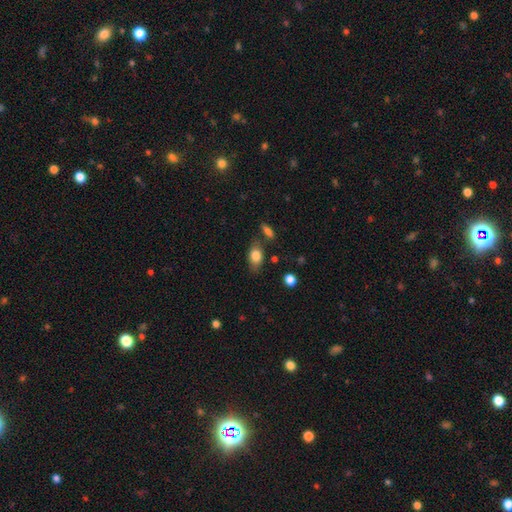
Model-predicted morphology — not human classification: Smooth or featured: smooth — 79% (featured or disk — 13%)
How rounded: in between — 83% (round — 12%)
Merging: none — 71% (minor disturbance — 18%)